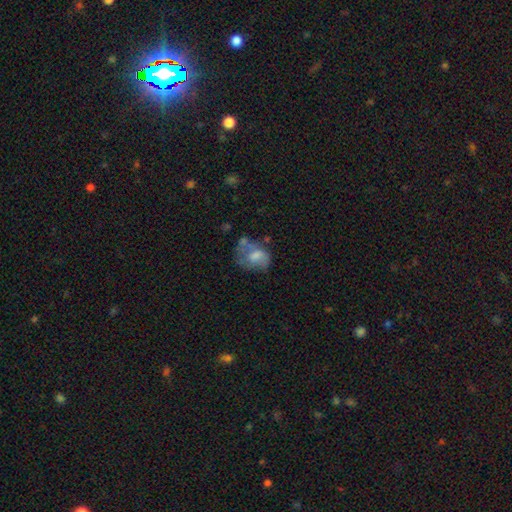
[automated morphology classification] Smooth or featured? Predicted: smooth (p=0.53). How rounded? Predicted: in between (p=0.61). Merging? Predicted: none (p=0.32).